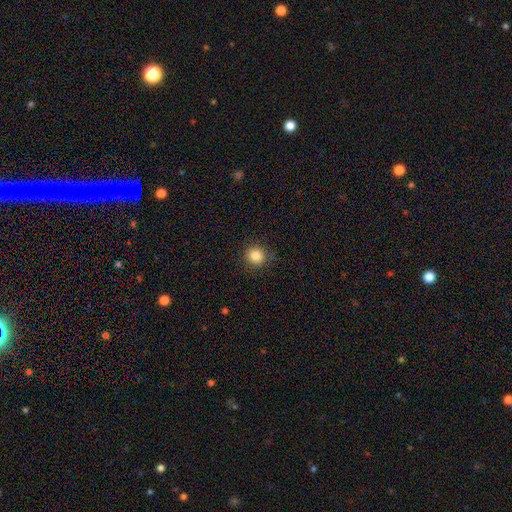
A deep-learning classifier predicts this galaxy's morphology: This is clearly a smooth galaxy (85%). How rounded: clearly round (87%). Merging: clearly none (88%).